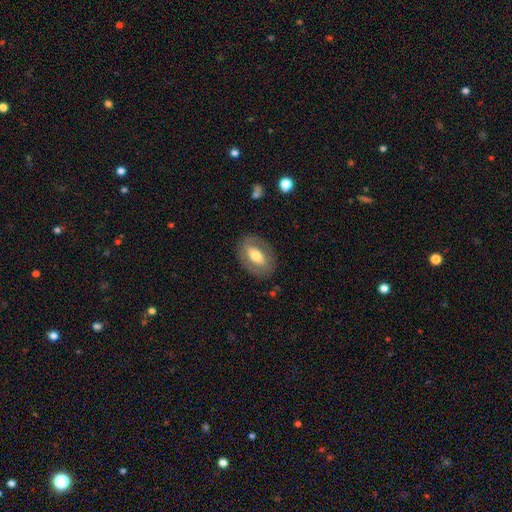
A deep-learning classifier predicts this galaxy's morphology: Smooth or featured? smooth (47%)
Merging? none (81%)